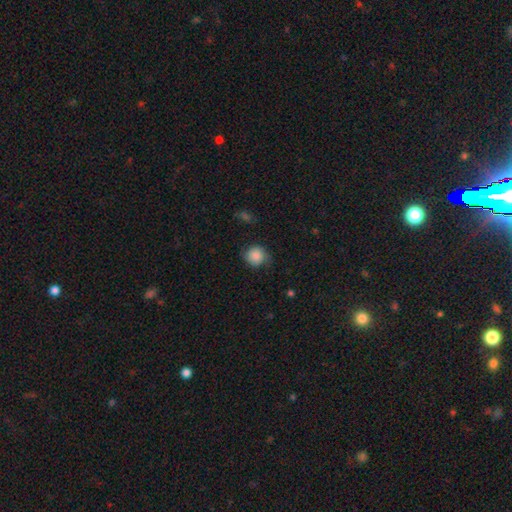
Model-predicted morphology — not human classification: Smooth or featured: smooth — 84% (featured or disk — 8%)
How rounded: round — 84% (in between — 15%)
Merging: none — 68% (minor disturbance — 24%)